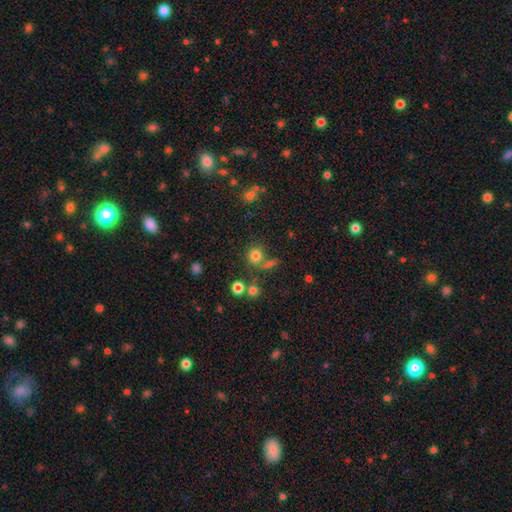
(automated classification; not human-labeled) smooth_or_featured: smooth (p=0.76) [alt: star or artifact p=0.16]
how_rounded: round (p=0.85) [alt: in between p=0.14]
merging: none (p=0.66) [alt: merger p=0.18]